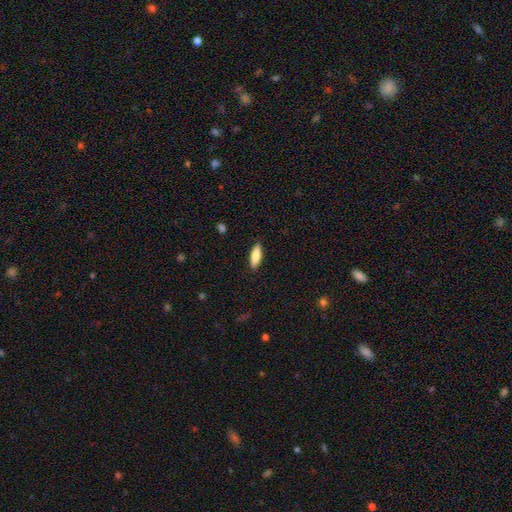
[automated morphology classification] Q: Smooth or featured?
A: smooth (80%); runner-up: featured or disk (14%)
Q: How rounded?
A: in between (50%); runner-up: cigar-shaped (48%)
Q: Merging?
A: none (89%); runner-up: minor disturbance (8%)